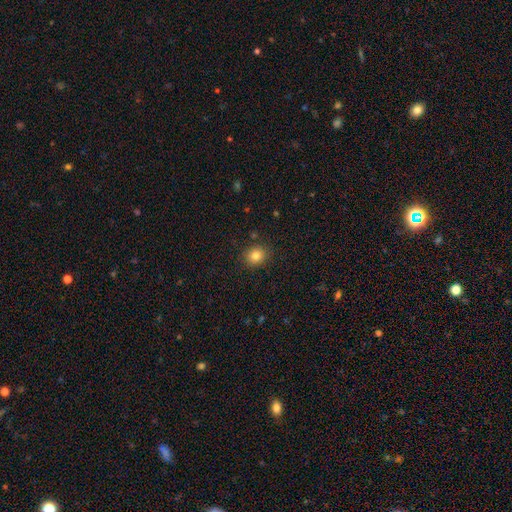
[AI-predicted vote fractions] Q: Smooth or featured?
A: smooth (83%); runner-up: star or artifact (11%)
Q: How rounded?
A: round (71%); runner-up: in between (28%)
Q: Merging?
A: none (88%); runner-up: minor disturbance (8%)